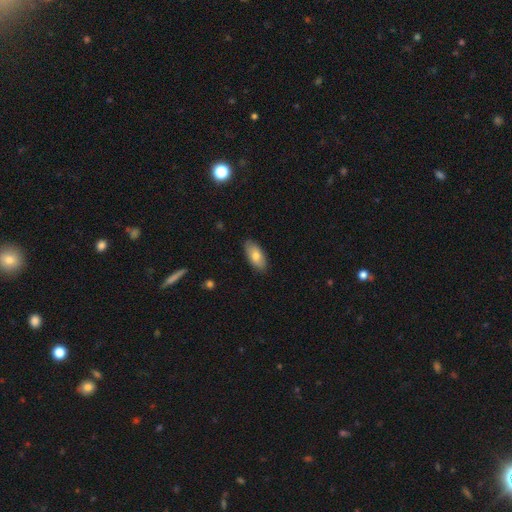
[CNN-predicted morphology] smooth 75%, featured or disk 19%, star or artifact 6%. Down the decision tree: how rounded — in between (90%); merging — none (87%).